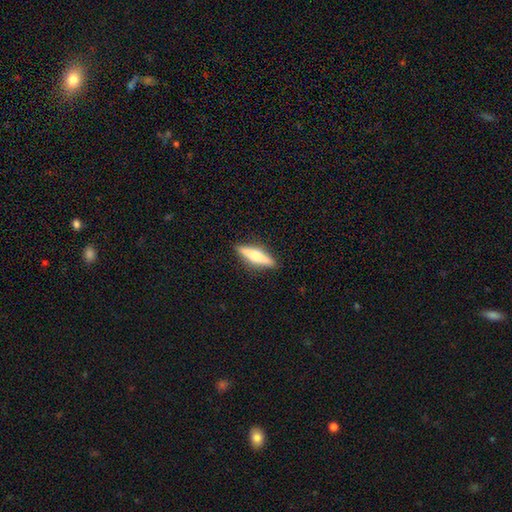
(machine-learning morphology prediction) Q: Smooth or featured?
A: featured or disk (56%); runner-up: smooth (38%)
Q: Edge-on disk?
A: yes (96%); runner-up: no (4%)
Q: Edge-on bulge?
A: rounded (88%); runner-up: boxy (6%)
Q: Merging?
A: none (91%); runner-up: minor disturbance (7%)